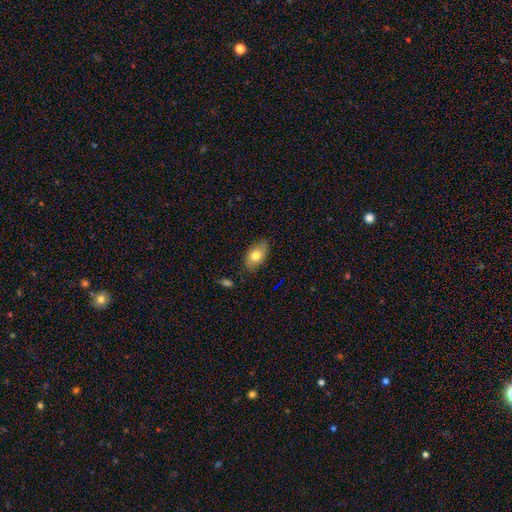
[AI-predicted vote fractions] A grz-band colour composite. It shows a smooth galaxy with no disk features (75%) that is in between round and cigar-shaped (90%). Merging: none (79%).